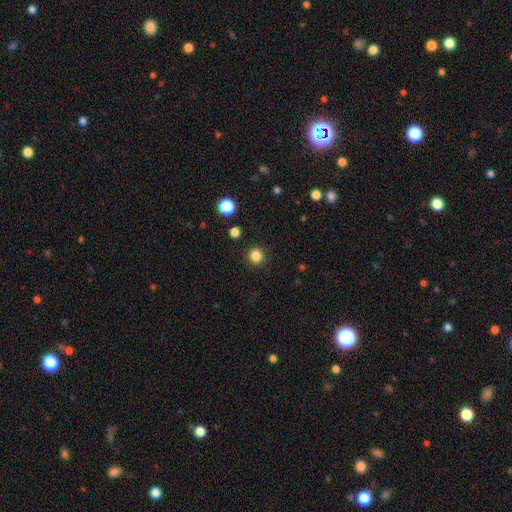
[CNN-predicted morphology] Smooth or featured: smooth — 84% (star or artifact — 12%)
How rounded: round — 93% (in between — 6%)
Merging: none — 92% (minor disturbance — 5%)